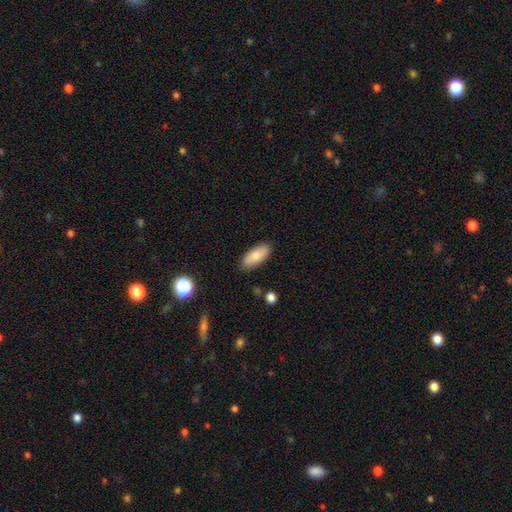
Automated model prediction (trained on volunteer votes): The model was most divided on "smooth or featured": smooth: 79%, featured or disk: 14%, star or artifact: 6%. More confident: merging — none (86%); how rounded — in between (85%).